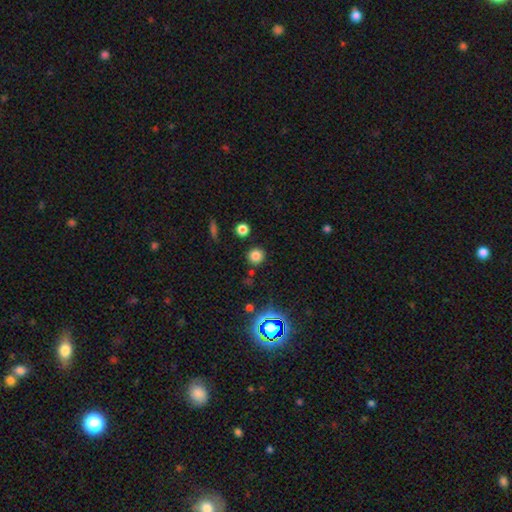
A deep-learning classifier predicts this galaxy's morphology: This is likely a smooth galaxy (78%). How rounded: clearly round (93%). Merging: clearly none (85%).